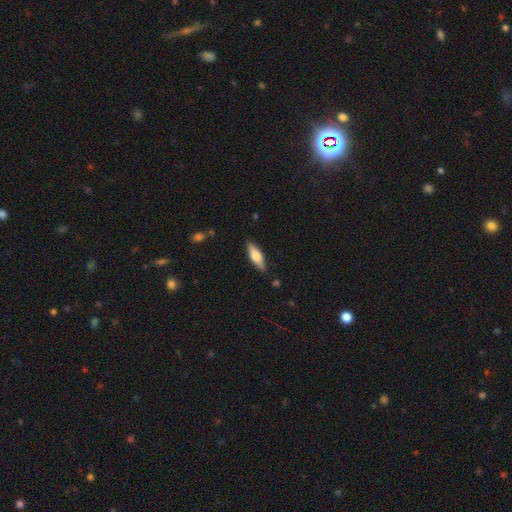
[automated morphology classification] Smooth or featured? Predicted: smooth (p=0.64). How rounded? Predicted: in between (p=0.52). Merging? Predicted: none (p=0.85).